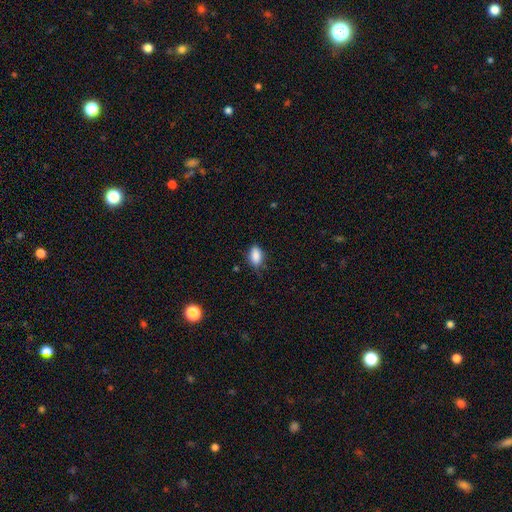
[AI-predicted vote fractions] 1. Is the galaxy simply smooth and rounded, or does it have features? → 87% smooth, 8% star or artifact, 5% featured or disk.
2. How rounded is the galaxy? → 90% in between, 7% round, 3% cigar-shaped.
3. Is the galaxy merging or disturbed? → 71% none, 24% minor disturbance, 4% major disturbance, 1% merger.